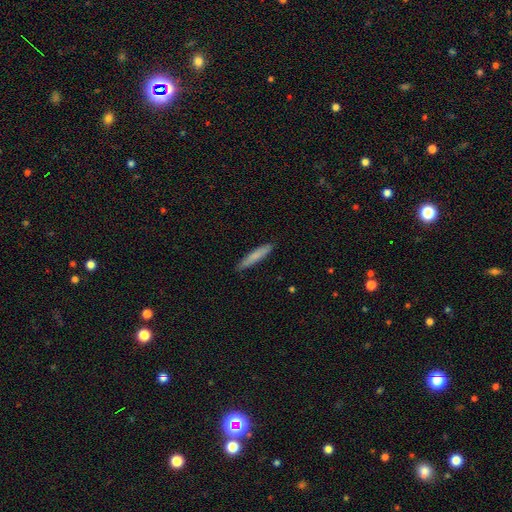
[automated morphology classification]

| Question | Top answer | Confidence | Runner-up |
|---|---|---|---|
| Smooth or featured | smooth | 78% | featured or disk (17%) |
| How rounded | cigar-shaped | 93% | in between (6%) |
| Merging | none | 88% | minor disturbance (9%) |